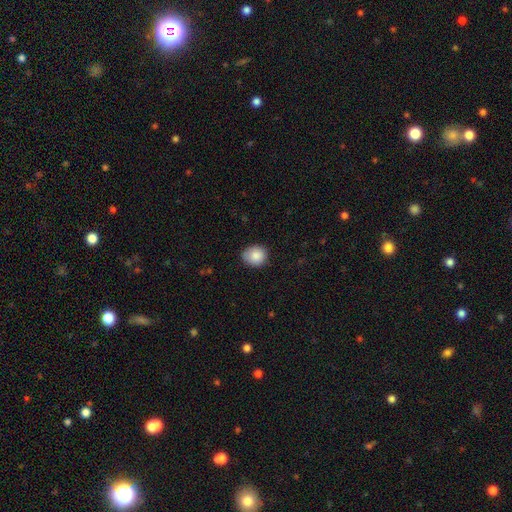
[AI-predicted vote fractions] A smooth galaxy with no disk features (87%) that is round (73%).

Vote fractions:
- Smooth or featured? smooth: 87% / star or artifact: 8% / featured or disk: 5%
- How rounded? round: 73% / in between: 27% / cigar-shaped: 1%
- Merging? none: 77% / minor disturbance: 19% / major disturbance: 3% / merger: 1%